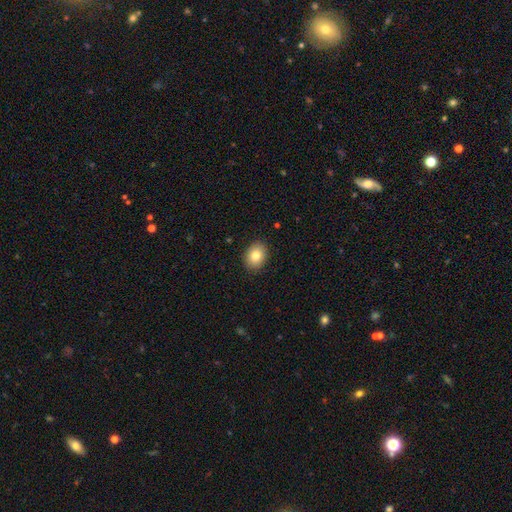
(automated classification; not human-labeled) smooth_or_featured: smooth (p=0.82) [alt: featured or disk p=0.09]
how_rounded: in between (p=0.58) [alt: round p=0.41]
merging: none (p=0.90) [alt: minor disturbance p=0.07]